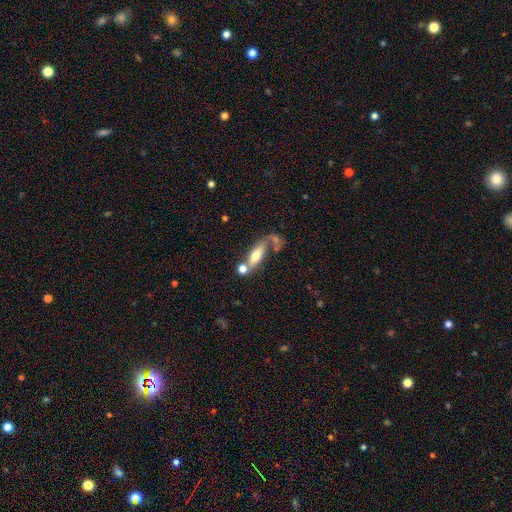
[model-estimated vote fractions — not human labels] Smooth or featured?
  - smooth: 54% *
  - featured or disk: 38%
  - star or artifact: 8%
How rounded?
  - in between: 55% *
  - cigar-shaped: 41%
  - round: 5%
Merging?
  - merger: 37% *
  - none: 36%
  - minor disturbance: 14%
  - major disturbance: 14%